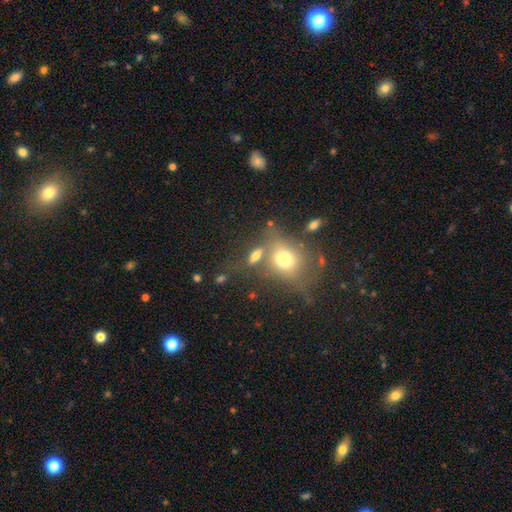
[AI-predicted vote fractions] smooth_or_featured: smooth (p=0.69) [alt: featured or disk p=0.18]
how_rounded: in between (p=0.70) [alt: round p=0.20]
merging: none (p=0.50) [alt: merger p=0.27]